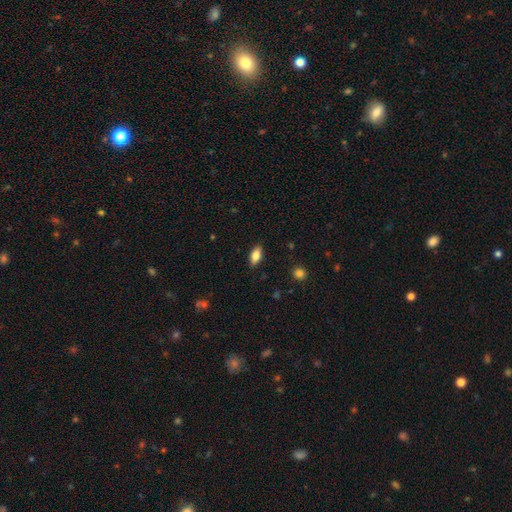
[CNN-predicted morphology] smooth_or_featured: smooth (p=0.81) [alt: featured or disk p=0.11]
how_rounded: in between (p=0.88) [alt: cigar-shaped p=0.09]
merging: none (p=0.87) [alt: minor disturbance p=0.10]